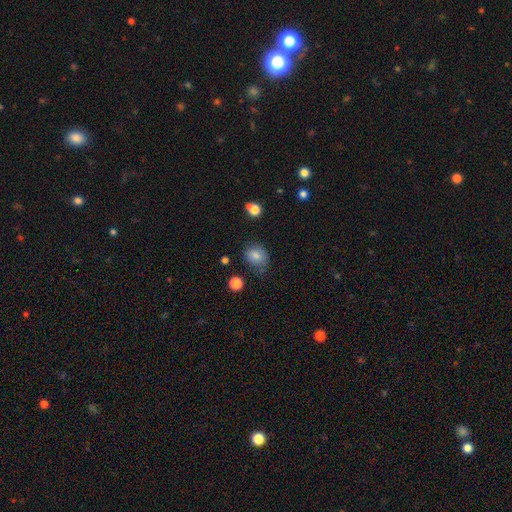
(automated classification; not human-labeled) smooth_or_featured: smooth (p=0.79) [alt: featured or disk p=0.10]
how_rounded: round (p=0.55) [alt: in between p=0.44]
merging: none (p=0.66) [alt: minor disturbance p=0.24]